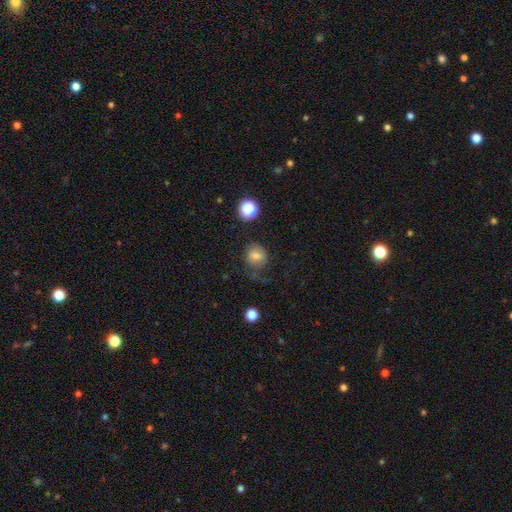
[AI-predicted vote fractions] Morphology: type=smooth (75%); roundness=round (71%); merging=none (57%).